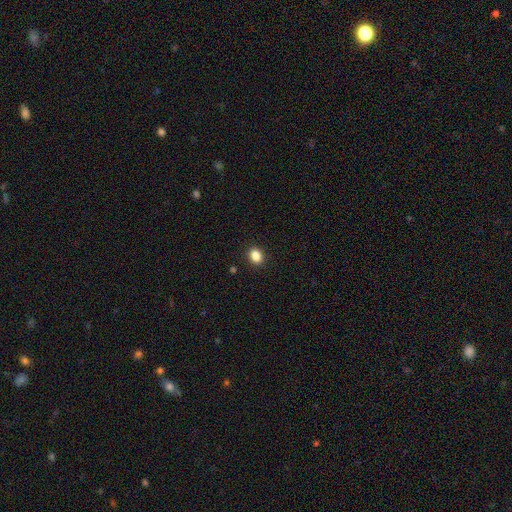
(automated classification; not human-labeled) Smooth or featured? Predicted: smooth (p=0.86). How rounded? Predicted: in between (p=0.60). Merging? Predicted: none (p=0.90).